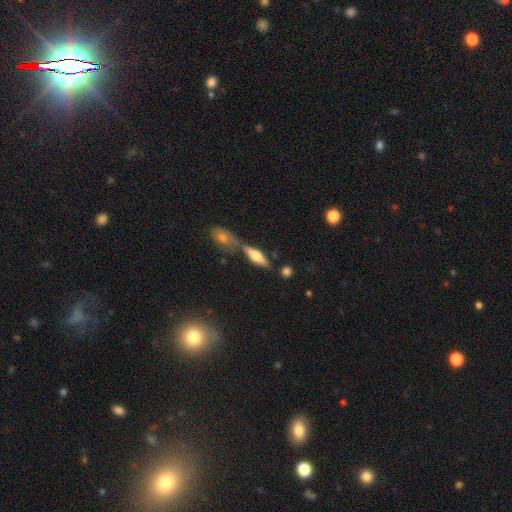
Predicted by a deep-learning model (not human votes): Smooth or featured? Predicted: smooth (p=0.54). How rounded? Predicted: in between (p=0.49, tied with cigar-shaped). Merging? Predicted: none (p=0.57).